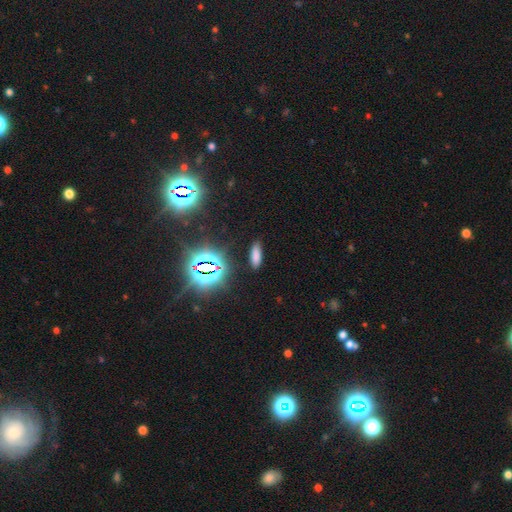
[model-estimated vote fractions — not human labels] Smooth or featured: smooth — 68% (star or artifact — 26%)
How rounded: in between — 54% (cigar-shaped — 42%)
Merging: none — 87% (minor disturbance — 8%)